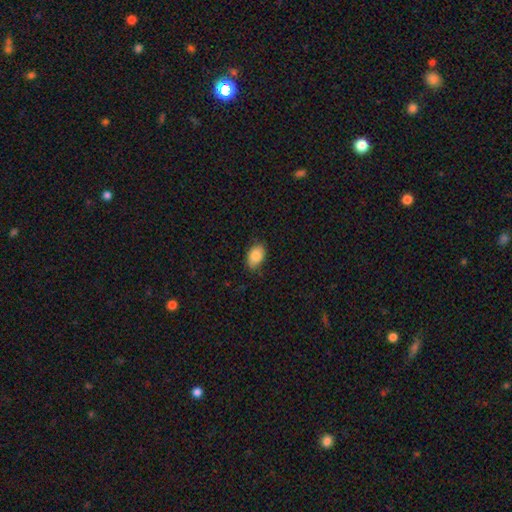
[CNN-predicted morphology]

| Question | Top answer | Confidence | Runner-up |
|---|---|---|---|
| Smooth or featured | smooth | 86% | star or artifact (7%) |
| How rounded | in between | 90% | round (9%) |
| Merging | none | 79% | minor disturbance (17%) |